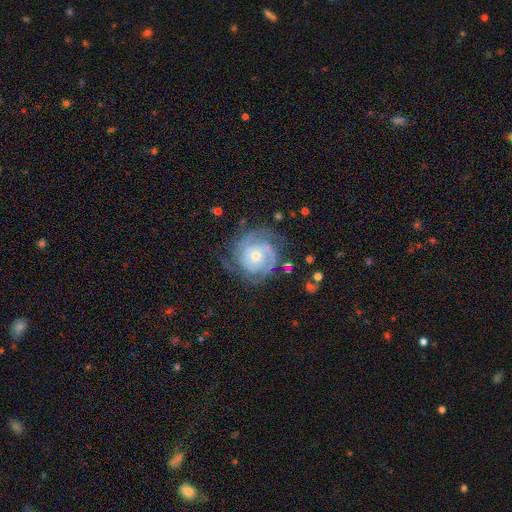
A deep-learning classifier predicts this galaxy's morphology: featured or disk 87%, smooth 8%, star or artifact 5%. Down the decision tree: edge-on disk — no (98%); bar — no (73%); spiral arms — yes (97%); spiral arm count — 2 (40%); spiral winding — tight (70%); bulge size — small (51%); merging — none (71%).